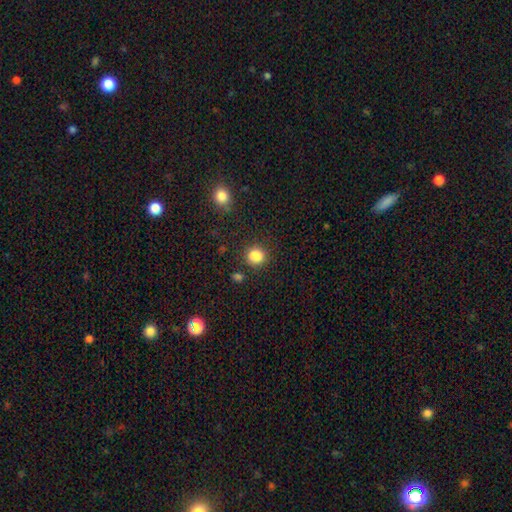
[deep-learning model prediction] Overall: smooth (86%). How rounded: round (75%). Merging: none (82%).